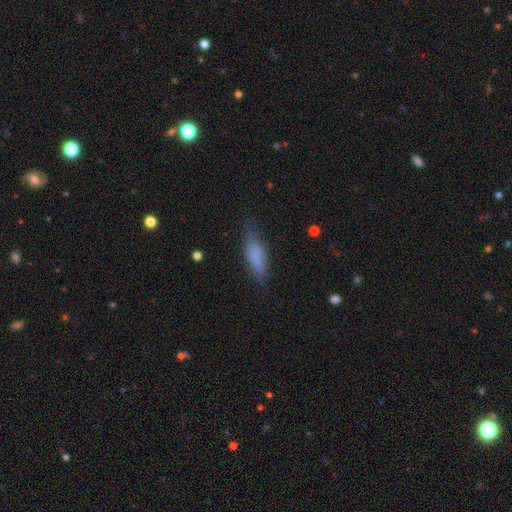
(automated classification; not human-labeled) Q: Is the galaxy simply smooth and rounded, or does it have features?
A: smooth — 71%.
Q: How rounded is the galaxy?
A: cigar-shaped — 56%.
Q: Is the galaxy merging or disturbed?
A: none — 76%.